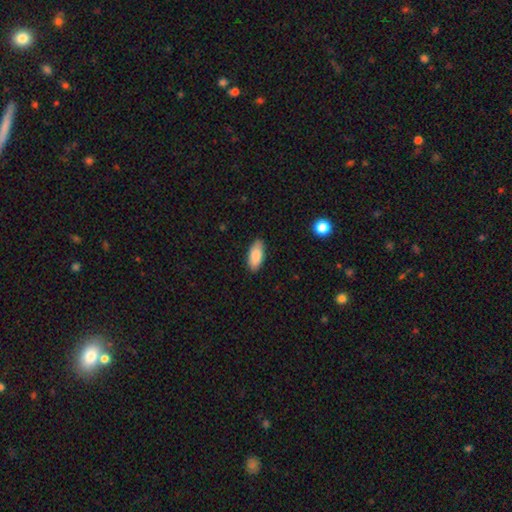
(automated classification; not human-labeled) This appears to be a smooth galaxy with no disk features (87%) that is in between round and cigar-shaped (90%). Merging: none (87%).